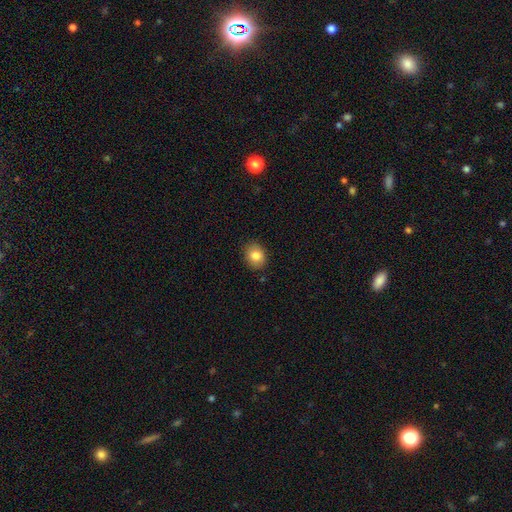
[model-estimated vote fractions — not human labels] This is clearly a smooth galaxy (84%). How rounded: possibly round (52%). Merging: clearly none (87%).